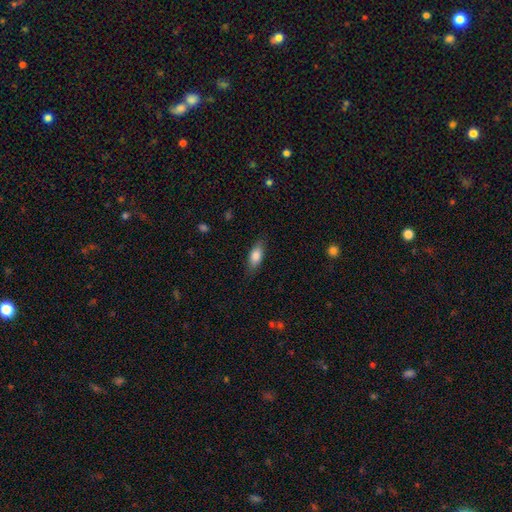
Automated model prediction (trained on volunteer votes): smooth 80%, featured or disk 13%, star or artifact 7%. Down the decision tree: how rounded — in between (79%); merging — none (82%).